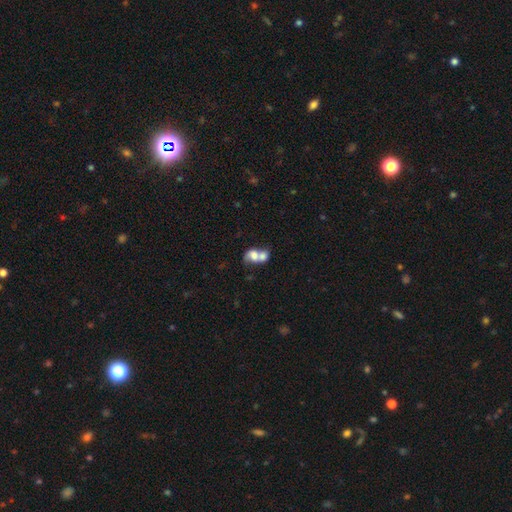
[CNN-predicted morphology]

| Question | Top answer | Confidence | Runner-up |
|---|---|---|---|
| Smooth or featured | smooth | 62% | featured or disk (29%) |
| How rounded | in between | 60% | round (39%) |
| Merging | merger | 78% | none (11%) |